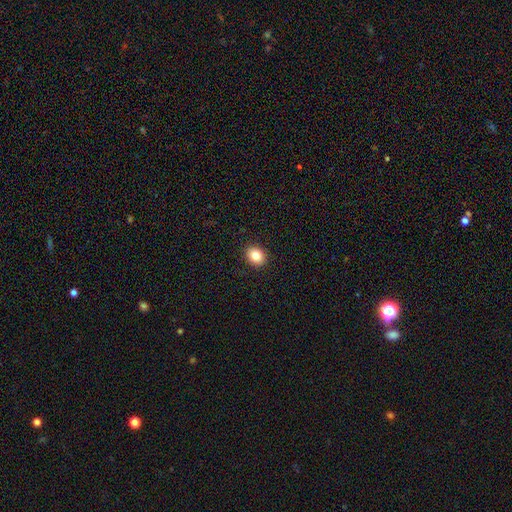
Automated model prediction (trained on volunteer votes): Morphology: type=smooth (84%); roundness=round (54%); merging=none (91%).